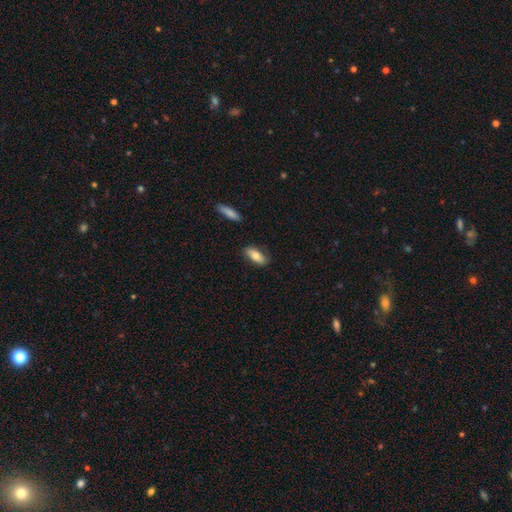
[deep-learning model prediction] Smooth or featured: smooth — 74% (featured or disk — 19%)
How rounded: in between — 82% (cigar-shaped — 15%)
Merging: none — 81% (minor disturbance — 14%)